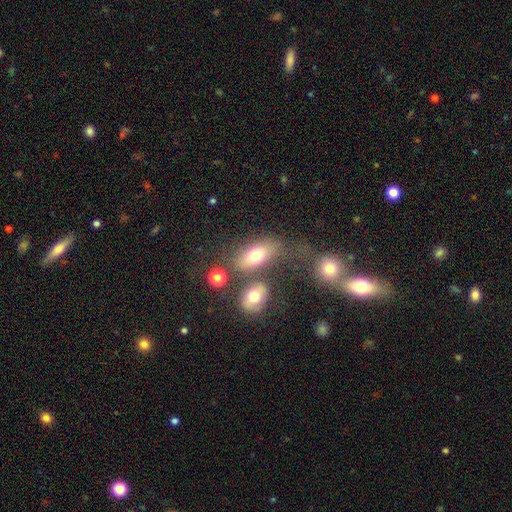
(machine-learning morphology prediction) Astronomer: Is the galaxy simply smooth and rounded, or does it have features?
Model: smooth — 71%.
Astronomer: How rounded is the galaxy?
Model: in between — 81%.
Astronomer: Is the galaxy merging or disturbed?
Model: none — 60%.